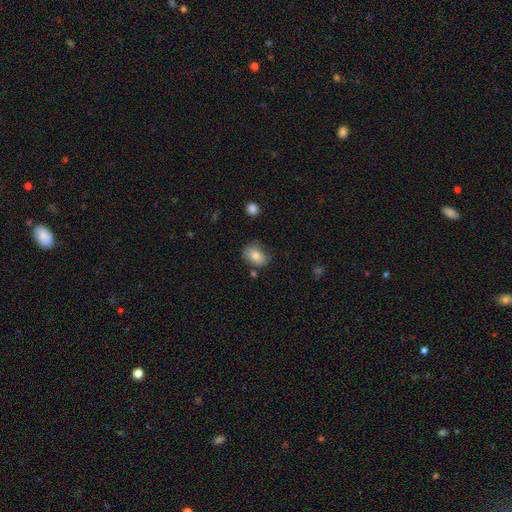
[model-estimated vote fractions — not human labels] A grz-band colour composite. It shows a smooth galaxy with no disk features (78%) that is in between round and cigar-shaped (75%). Merging: none (72%).